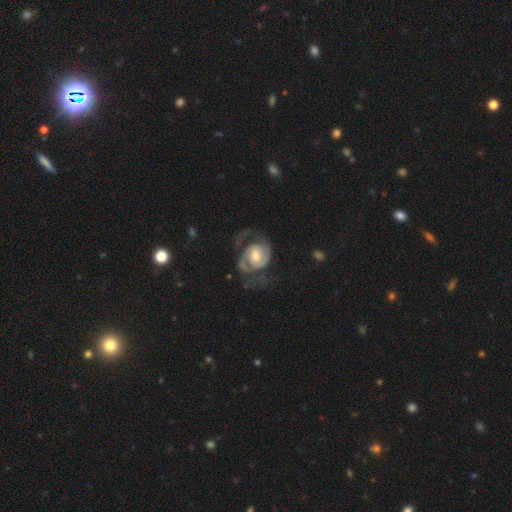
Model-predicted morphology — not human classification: Q: Smooth or featured?
A: featured or disk (85%); runner-up: smooth (10%)
Q: Edge-on disk?
A: no (98%); runner-up: yes (2%)
Q: Bar?
A: no (55%); runner-up: weak (36%)
Q: Spiral arms?
A: yes (95%); runner-up: no (5%)
Q: Spiral winding?
A: medium (44%); runner-up: tight (37%)
Q: Spiral arm count?
A: 2 (83%); runner-up: can't tell (6%)
Q: Bulge size?
A: moderate (60%); runner-up: small (25%)
Q: Merging?
A: none (56%); runner-up: major disturbance (23%)